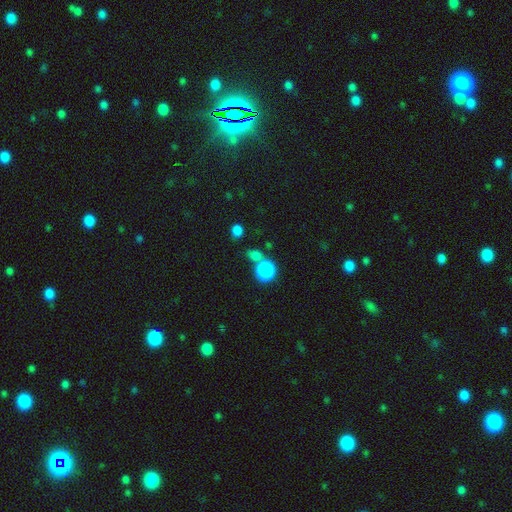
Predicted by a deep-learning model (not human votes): Smooth or featured?
  - smooth: 74% *
  - star or artifact: 19%
  - featured or disk: 7%
How rounded?
  - round: 64% *
  - in between: 35%
  - cigar-shaped: 2%
Merging?
  - none: 51% *
  - merger: 31%
  - minor disturbance: 12%
  - major disturbance: 6%